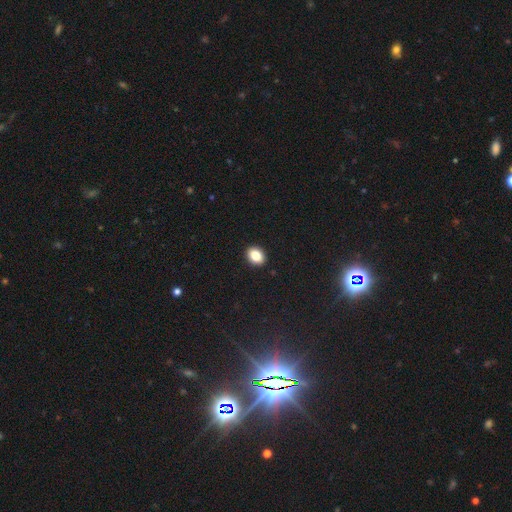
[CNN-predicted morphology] Smooth or featured?
  - smooth: 85% *
  - star or artifact: 9%
  - featured or disk: 6%
How rounded?
  - in between: 64% *
  - round: 35%
  - cigar-shaped: 1%
Merging?
  - none: 92% *
  - minor disturbance: 6%
  - major disturbance: 2%
  - merger: 1%